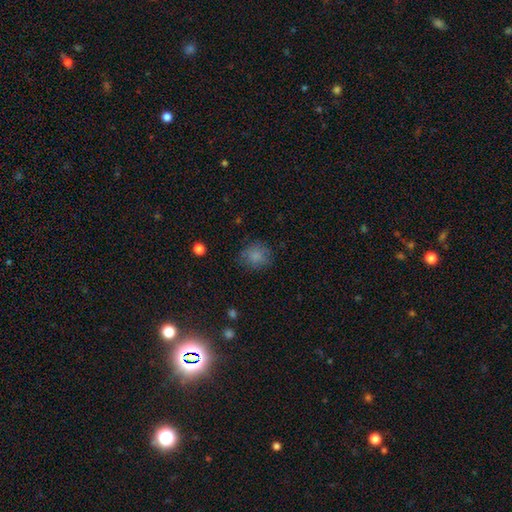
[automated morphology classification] A smooth galaxy with no disk features (79%) that is round (76%).

Vote fractions:
- Smooth or featured? smooth: 79% / star or artifact: 12% / featured or disk: 9%
- How rounded? round: 76% / in between: 23% / cigar-shaped: 1%
- Merging? none: 74% / minor disturbance: 17% / major disturbance: 7% / merger: 1%